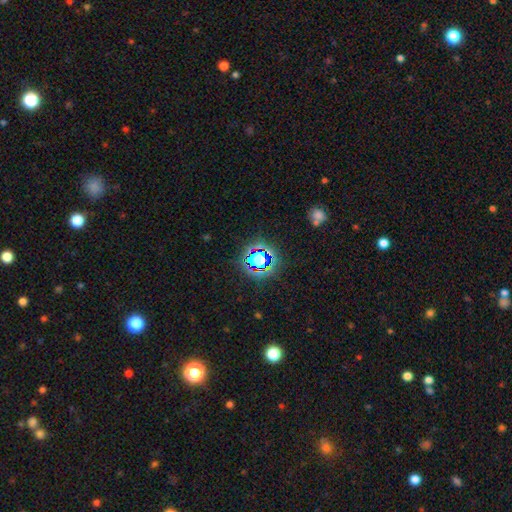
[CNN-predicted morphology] This is likely a star or artifact rather than a galaxy (66%).